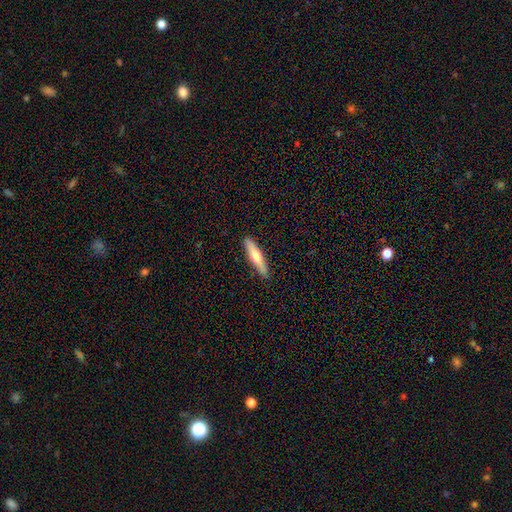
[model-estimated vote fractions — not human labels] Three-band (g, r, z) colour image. It shows a smooth galaxy with no disk features (52%) that is cigar-shaped (84%). Merging: none (90%).